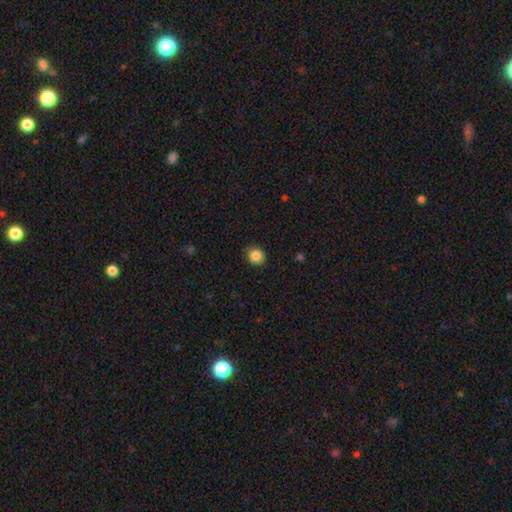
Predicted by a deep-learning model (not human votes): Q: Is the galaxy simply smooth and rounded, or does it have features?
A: smooth — 86%.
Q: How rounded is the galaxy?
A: round — 83%.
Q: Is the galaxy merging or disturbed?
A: none — 86%.